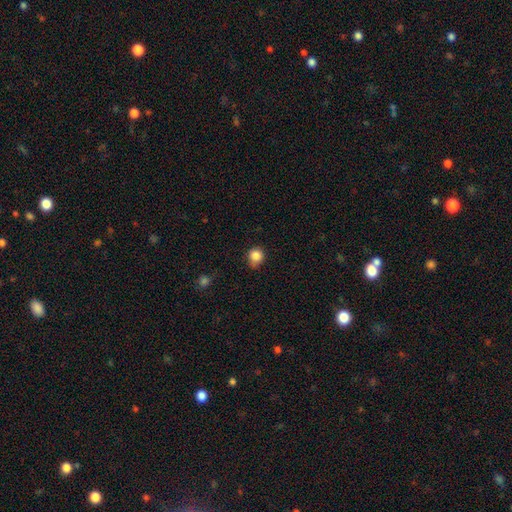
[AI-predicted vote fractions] The model was most divided on "merging": none: 69%, minor disturbance: 25%, major disturbance: 4%, merger: 2%. More confident: how rounded — round (86%); smooth or featured — smooth (85%).